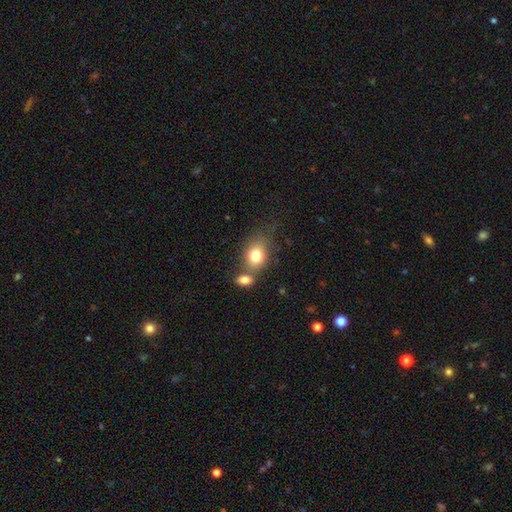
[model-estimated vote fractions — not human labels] Smooth or featured? smooth (78%)
How rounded? in between (57%)
Merging? none (47%)